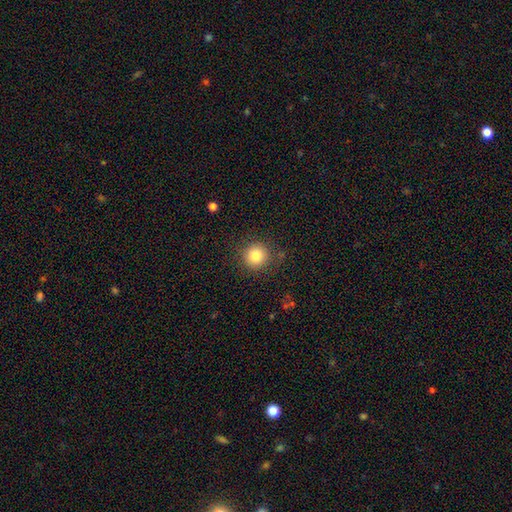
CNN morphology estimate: This appears to be a smooth galaxy with no disk features (82%) that is round (94%). Merging: none (87%).